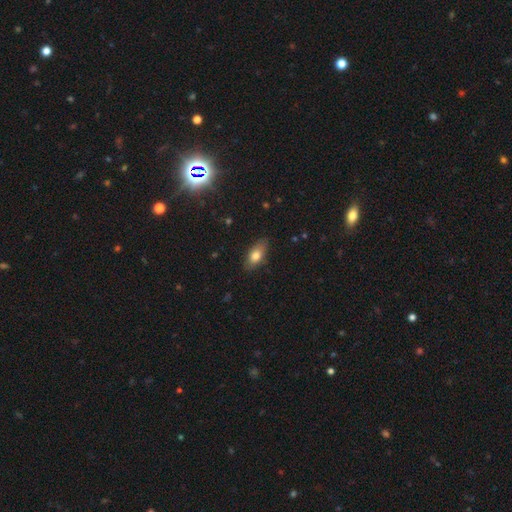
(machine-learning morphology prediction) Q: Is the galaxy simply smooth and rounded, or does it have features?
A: smooth — 77%.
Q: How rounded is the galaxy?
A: in between — 85%.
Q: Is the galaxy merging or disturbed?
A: none — 81%.